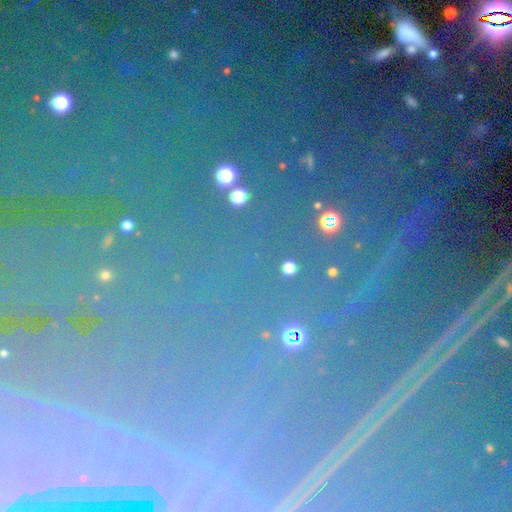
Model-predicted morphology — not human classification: type=star or artifact (76%).